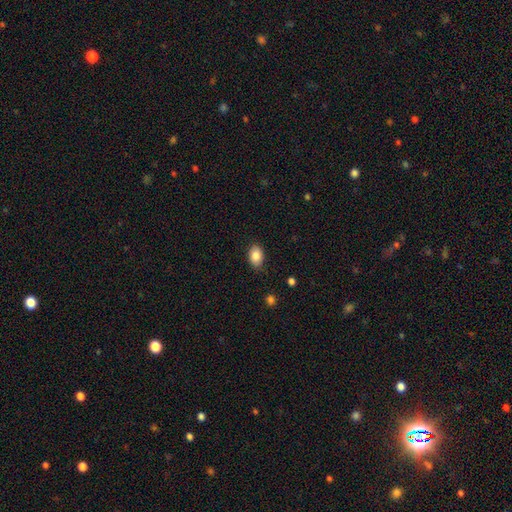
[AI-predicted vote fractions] Smooth or featured?
  - smooth: 86% *
  - star or artifact: 8%
  - featured or disk: 6%
How rounded?
  - in between: 83% *
  - round: 16%
  - cigar-shaped: 1%
Merging?
  - none: 84% *
  - minor disturbance: 12%
  - major disturbance: 2%
  - merger: 1%